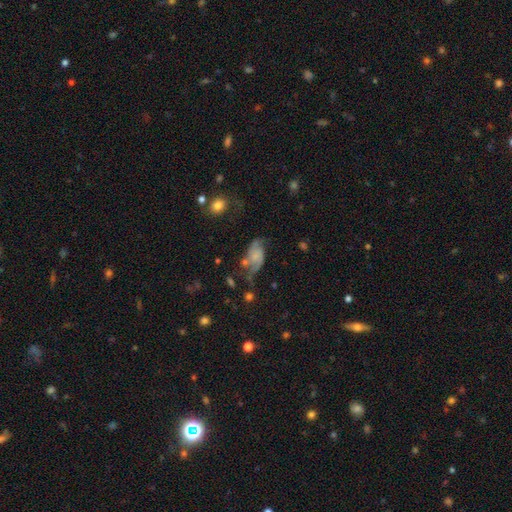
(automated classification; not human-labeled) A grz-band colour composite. It shows a featured or disk galaxy (62%) with no bar (67%), 2 (85%) loose (54%) spiral arms (85%) and a small central bulge (39%). Merging: none (41%).